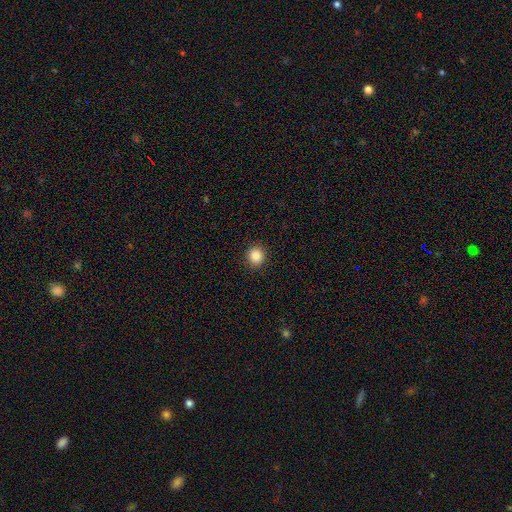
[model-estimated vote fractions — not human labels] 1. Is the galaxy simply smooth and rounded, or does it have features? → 87% smooth, 10% star or artifact, 4% featured or disk.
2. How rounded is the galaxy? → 90% round, 9% in between, 1% cigar-shaped.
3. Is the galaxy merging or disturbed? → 91% none, 6% minor disturbance, 2% major disturbance, 1% merger.